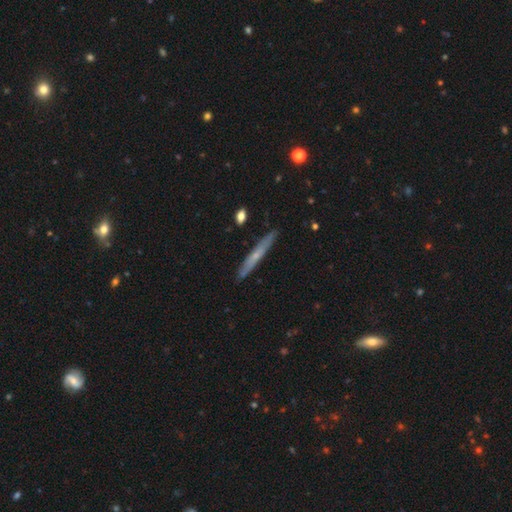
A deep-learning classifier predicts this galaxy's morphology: Smooth or featured? featured or disk (51%)
Edge-on disk? yes (92%)
Merging? none (89%)